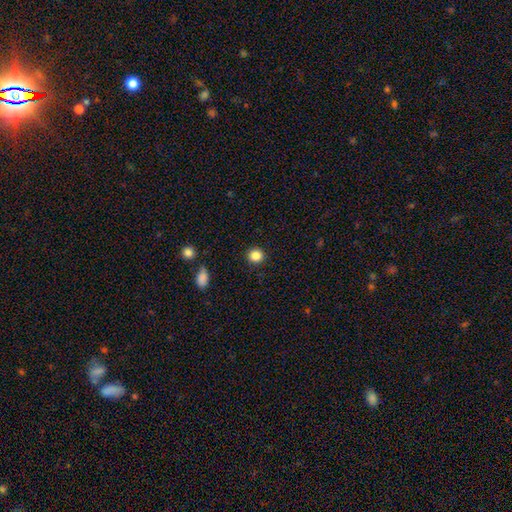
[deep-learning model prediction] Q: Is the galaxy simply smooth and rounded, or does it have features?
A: smooth — 85%.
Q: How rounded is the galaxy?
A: round — 91%.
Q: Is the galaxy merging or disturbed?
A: none — 92%.